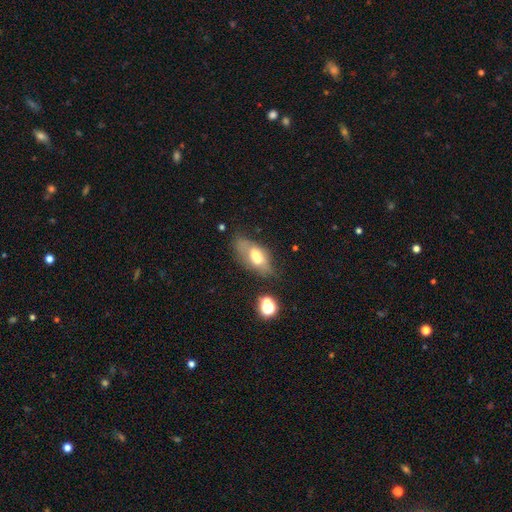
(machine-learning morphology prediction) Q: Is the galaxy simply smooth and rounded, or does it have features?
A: smooth — 54%.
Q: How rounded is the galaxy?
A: in between — 84%.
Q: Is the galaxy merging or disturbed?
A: none — 41%.